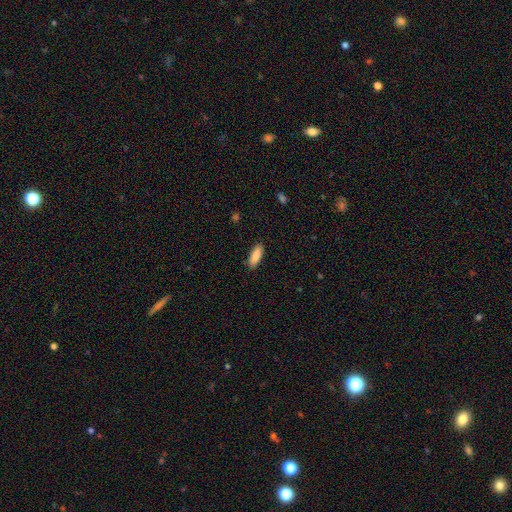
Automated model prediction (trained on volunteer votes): smooth-or-featured: smooth: 88% | star or artifact: 6% | featured or disk: 6%
  how-rounded: in between: 63% | cigar-shaped: 36% | round: 2%
  merging: none: 88% | minor disturbance: 9% | major disturbance: 2% | merger: 1%